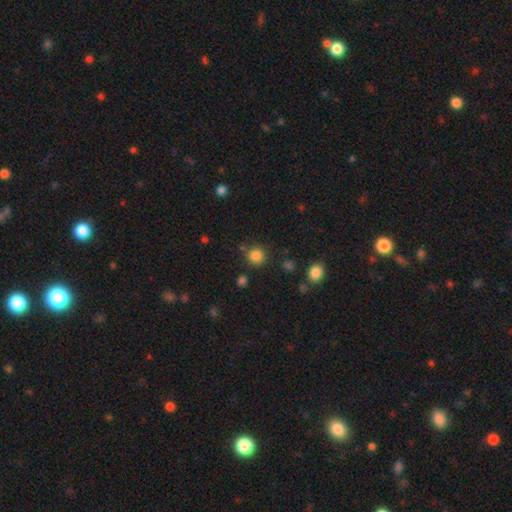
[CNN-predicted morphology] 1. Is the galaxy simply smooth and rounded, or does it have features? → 84% smooth, 12% star or artifact, 4% featured or disk.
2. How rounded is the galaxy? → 92% round, 7% in between, 1% cigar-shaped.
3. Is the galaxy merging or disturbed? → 83% none, 9% minor disturbance, 5% merger, 3% major disturbance.